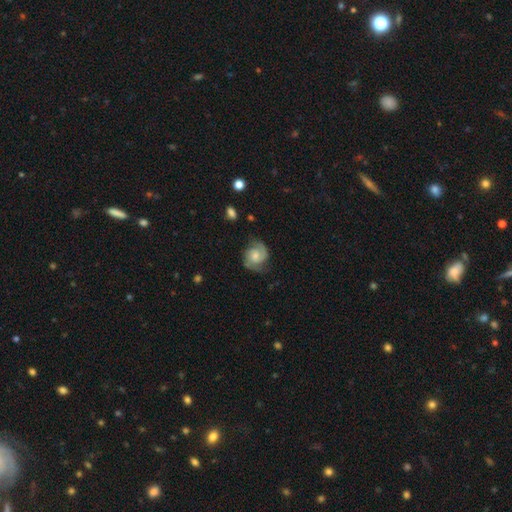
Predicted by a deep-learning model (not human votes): Smooth or featured? Predicted: featured or disk (p=0.71). Edge-on disk? Predicted: no (p=0.98). Bar? Predicted: no (p=0.70). Spiral arms? Predicted: yes (p=0.93). Spiral winding? Predicted: medium (p=0.45). Spiral arm count? Predicted: 2 (p=0.86). Bulge size? Predicted: moderate (p=0.47). Merging? Predicted: none (p=0.69).